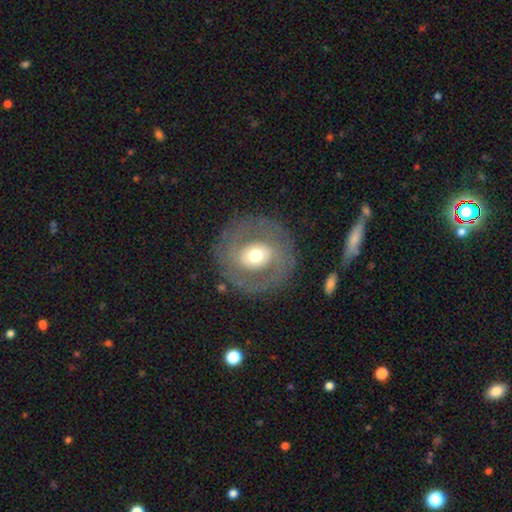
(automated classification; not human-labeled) Smooth or featured? Predicted: featured or disk (p=0.55). Edge-on disk? Predicted: no (p=0.96). Bar? Predicted: no (p=0.65). Spiral arms? Predicted: no (p=0.69). Bulge size? Predicted: moderate (p=0.66). Merging? Predicted: none (p=0.83).